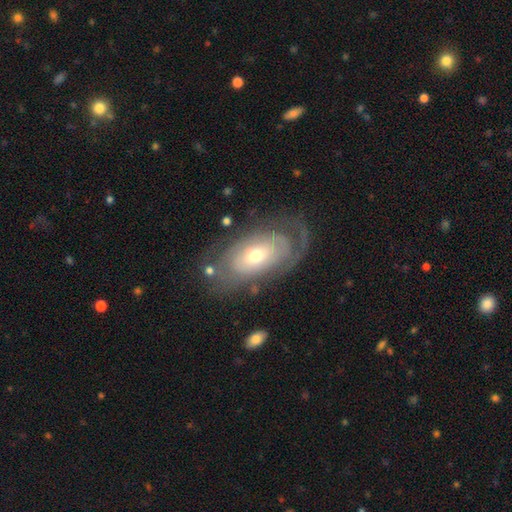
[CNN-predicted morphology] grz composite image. It shows a featured or disk galaxy (72%) with no bar (78%), spiral arms (71%) and a moderate central bulge (57%). Merging: none (66%).